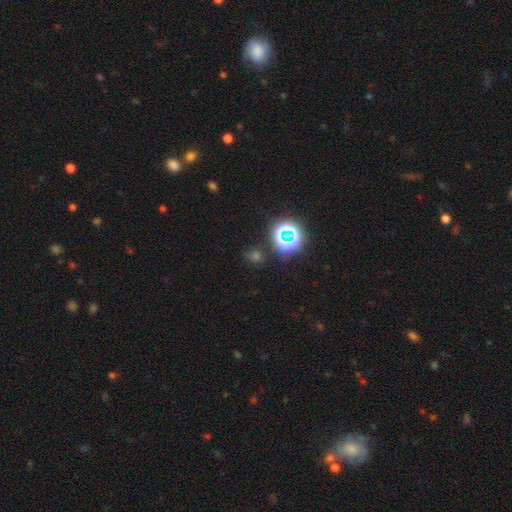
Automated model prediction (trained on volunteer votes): Smooth or featured: star or artifact — 51% (smooth — 41%)